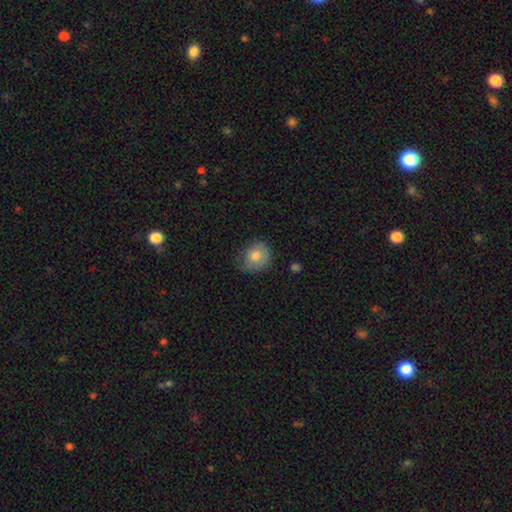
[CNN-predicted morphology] smooth-or-featured: smooth: 76% | featured or disk: 16% | star or artifact: 8%
  how-rounded: round: 71% | in between: 28% | cigar-shaped: 1%
  merging: none: 61% | minor disturbance: 30% | major disturbance: 8% | merger: 2%